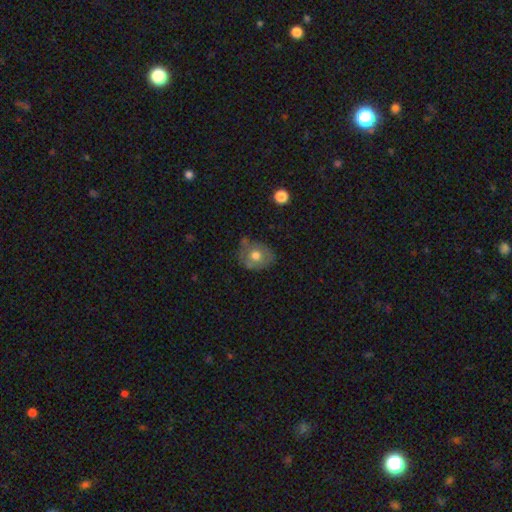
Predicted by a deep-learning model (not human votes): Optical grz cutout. It shows a smooth galaxy with no disk features (57%) that is round (64%). Merging: none (60%).